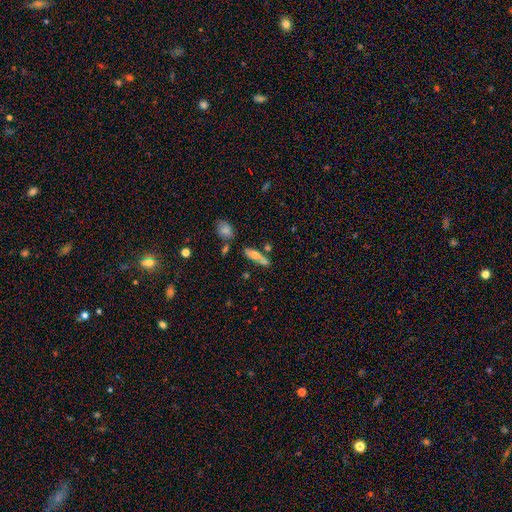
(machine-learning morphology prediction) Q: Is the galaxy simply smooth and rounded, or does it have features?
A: smooth — 59%.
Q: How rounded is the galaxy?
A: cigar-shaped — 58%.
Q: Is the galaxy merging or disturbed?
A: none — 59%.